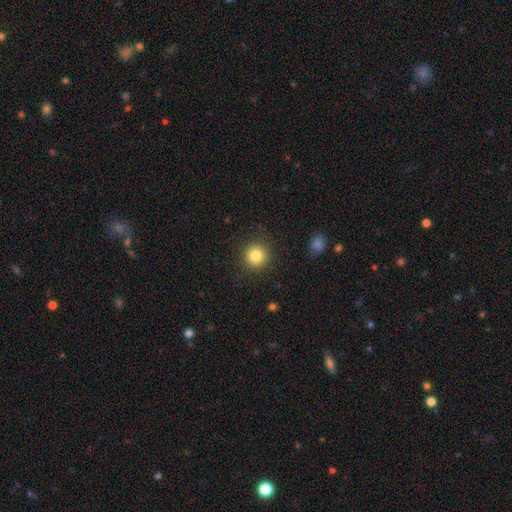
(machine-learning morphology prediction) Smooth or featured: smooth — 82% (star or artifact — 11%)
How rounded: round — 94% (in between — 5%)
Merging: none — 90% (minor disturbance — 6%)